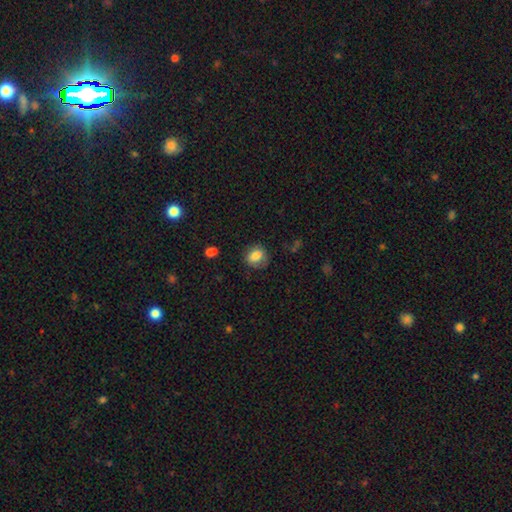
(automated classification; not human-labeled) This appears to be a smooth galaxy with no disk features (80%) that is round (56%). Merging: none (76%).